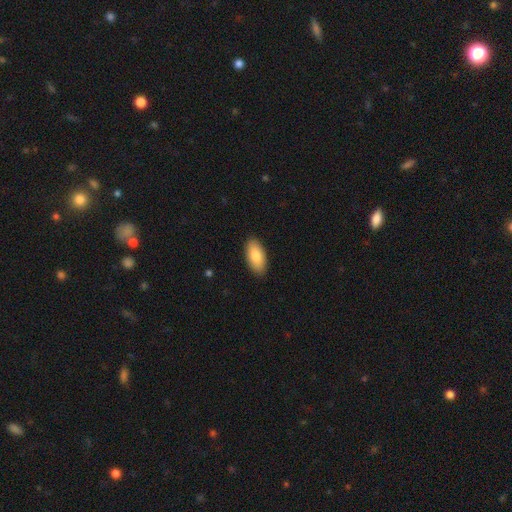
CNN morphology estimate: A smooth galaxy with no disk features (83%) that is in between round and cigar-shaped (93%). Merging: none (89%).